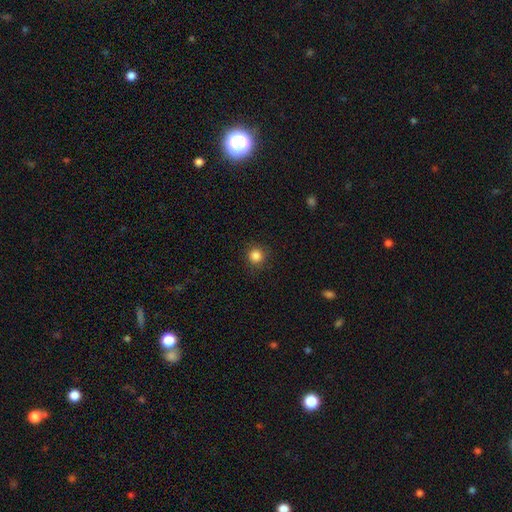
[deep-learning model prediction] Smooth or featured? smooth (85%)
How rounded? round (94%)
Merging? none (89%)